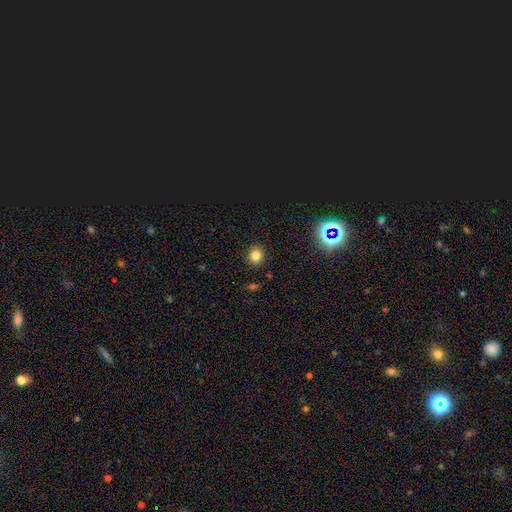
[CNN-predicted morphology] smooth-or-featured: smooth: 80% | star or artifact: 15% | featured or disk: 6%
  how-rounded: round: 89% | in between: 10% | cigar-shaped: 1%
  merging: none: 91% | minor disturbance: 6% | major disturbance: 2% | merger: 1%